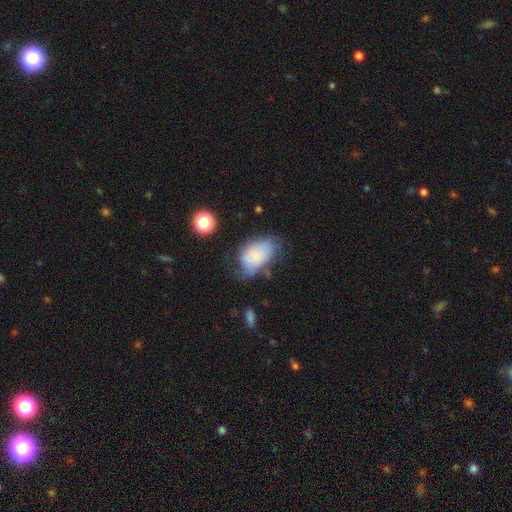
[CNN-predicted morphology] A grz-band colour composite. It shows a smooth galaxy with no disk features (69%) that is in between round and cigar-shaped (89%). Merging: none (44%).